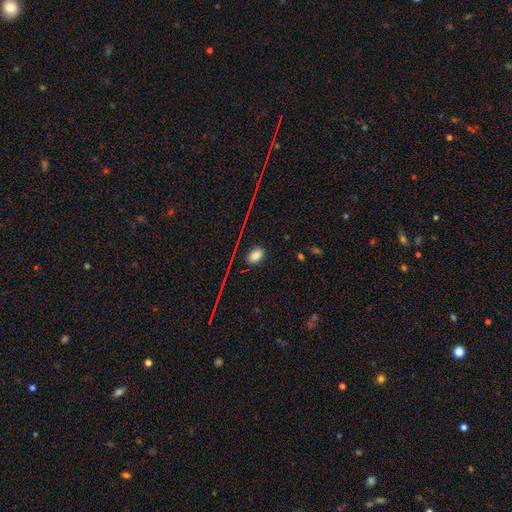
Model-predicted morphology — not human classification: Q: Smooth or featured?
A: smooth (78%); runner-up: star or artifact (15%)
Q: How rounded?
A: in between (82%); runner-up: round (17%)
Q: Merging?
A: none (85%); runner-up: minor disturbance (11%)